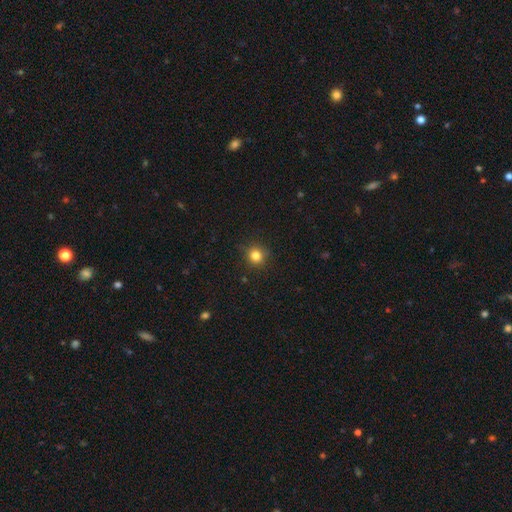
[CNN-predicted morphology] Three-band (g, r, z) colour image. It shows a smooth galaxy with no disk features (82%) that is round (93%). Merging: none (89%).